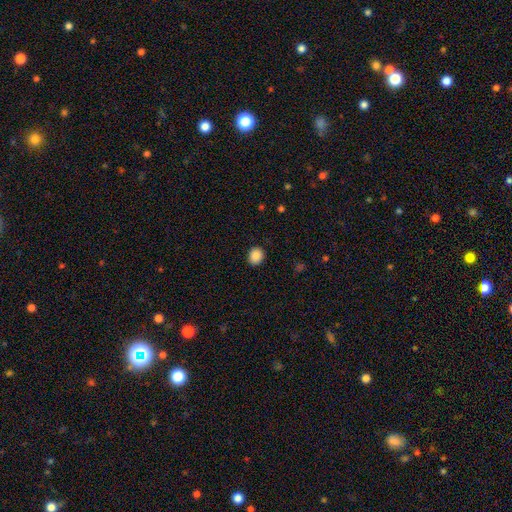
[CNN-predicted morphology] Smooth or featured: smooth — 88% (star or artifact — 9%)
How rounded: round — 72% (in between — 27%)
Merging: none — 90% (minor disturbance — 7%)